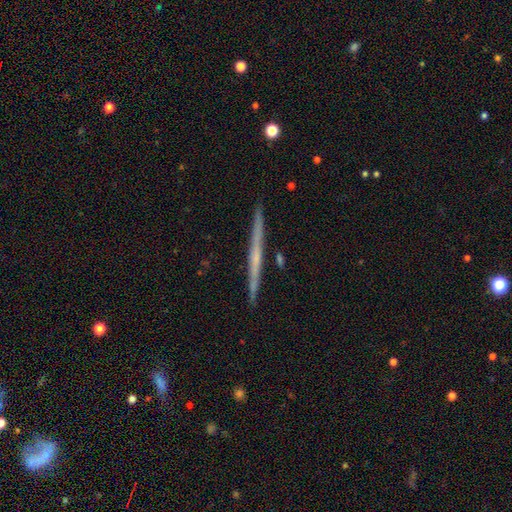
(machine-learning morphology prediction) Smooth or featured?
  - featured or disk: 61% *
  - smooth: 33%
  - star or artifact: 6%
Edge-on disk?
  - yes: 98% *
  - no: 2%
Edge-on bulge?
  - none: 81% *
  - rounded: 15%
  - boxy: 5%
Merging?
  - none: 91% *
  - minor disturbance: 6%
  - merger: 1%
  - major disturbance: 1%